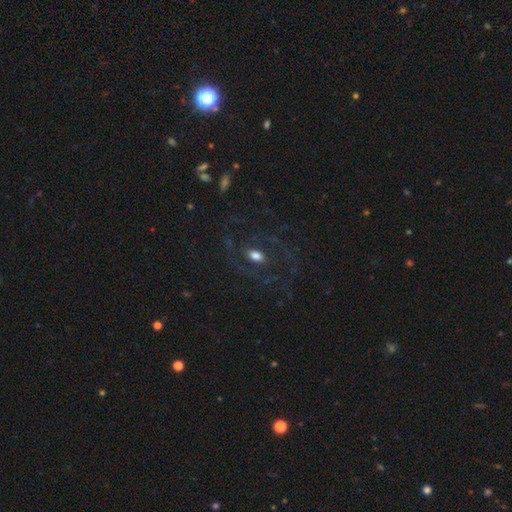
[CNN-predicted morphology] A featured or disk galaxy (58%) with no bar (55%), spiral arms (78%) and a moderate central bulge (47%).

Vote fractions:
- Smooth or featured? featured or disk: 58% / smooth: 29% / star or artifact: 13%
- Edge-on disk? no: 93% / yes: 7%
- Bar? no: 55% / weak: 32% / strong: 13%
- Spiral arms? yes: 78% / no: 22%
- Bulge size? moderate: 47% / large: 31% / small: 14% / dominant: 4% / none: 3%
- Merging? none: 66% / major disturbance: 17% / minor disturbance: 14% / merger: 2%